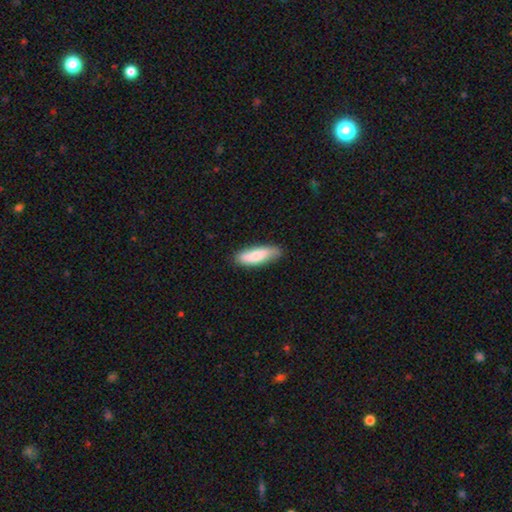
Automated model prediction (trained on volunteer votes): Overall: smooth (76%). How rounded: in between (54%; cigar-shaped 44%). Merging: none (79%).